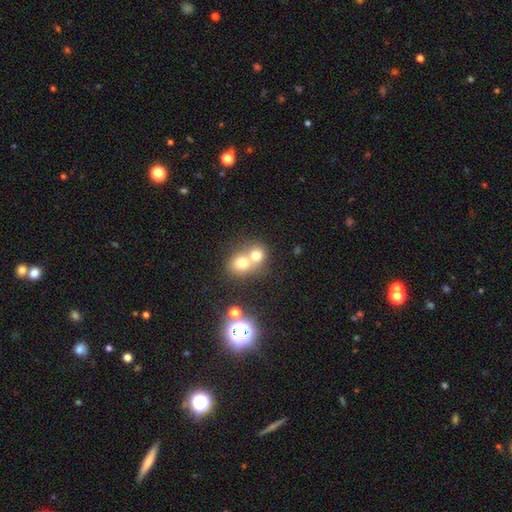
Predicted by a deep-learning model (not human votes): The model was most divided on "merging": merger: 64%, none: 28%, minor disturbance: 5%, major disturbance: 3%. More confident: how rounded — round (74%); smooth or featured — smooth (70%).